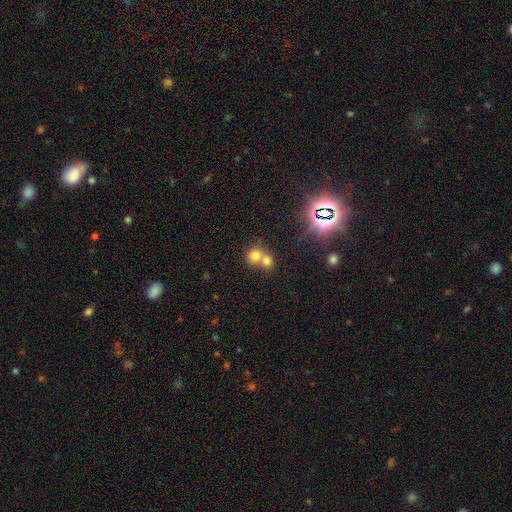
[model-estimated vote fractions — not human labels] Overall: smooth (71%). How rounded: round (81%). Merging: merger (61%; none 32%).